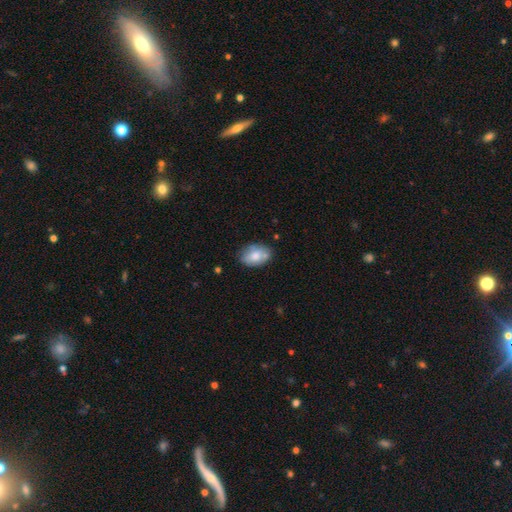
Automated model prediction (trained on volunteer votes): Overall: smooth (72%). How rounded: in between (82%). Merging: none (68%).